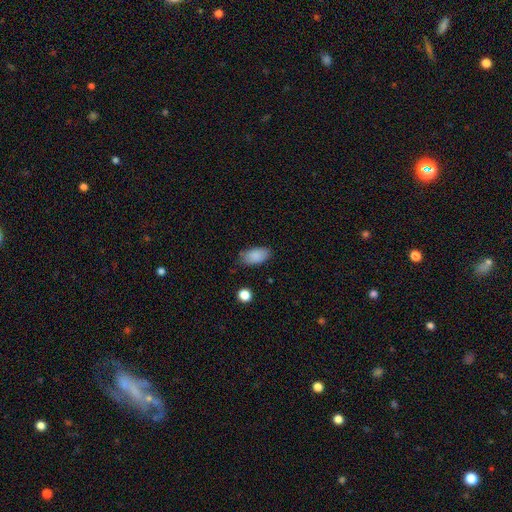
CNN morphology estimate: This is clearly a smooth galaxy (87%). How rounded: clearly in between (92%). Merging: likely none (76%).